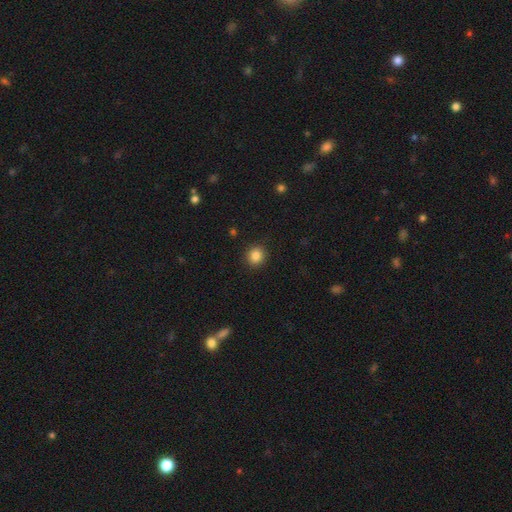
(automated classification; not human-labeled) The model was most divided on "smooth or featured": smooth: 85%, star or artifact: 10%, featured or disk: 5%. More confident: merging — none (91%); how rounded — round (89%).